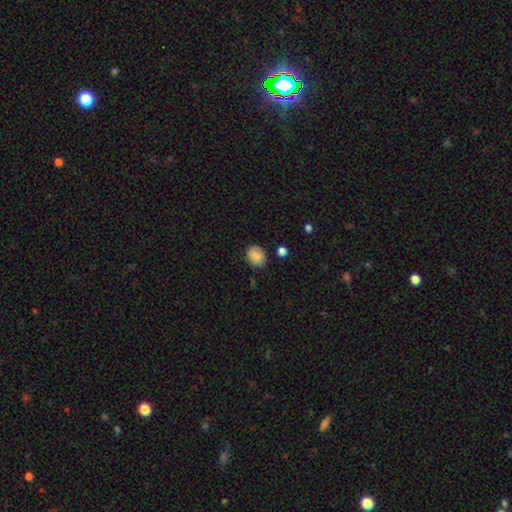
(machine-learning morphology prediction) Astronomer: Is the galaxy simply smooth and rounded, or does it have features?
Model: smooth — 85%.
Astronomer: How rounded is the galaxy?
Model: in between — 56% (runner-up: round, 43%).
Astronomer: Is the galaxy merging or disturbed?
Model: none — 80%.